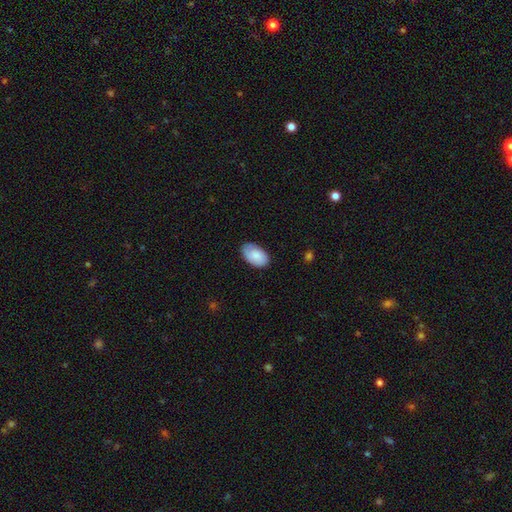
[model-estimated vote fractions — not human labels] The model was most divided on "merging": none: 78%, minor disturbance: 18%, major disturbance: 3%, merger: 1%. More confident: how rounded — in between (93%); smooth or featured — smooth (79%).